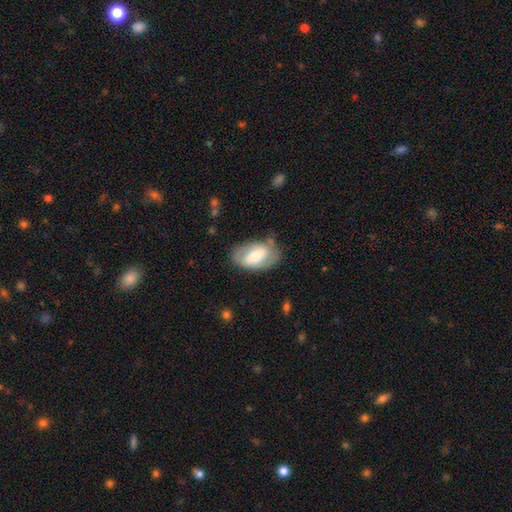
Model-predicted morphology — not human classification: Smooth or featured: featured or disk — 49% (smooth — 45%)
Merging: none — 66% (minor disturbance — 23%)